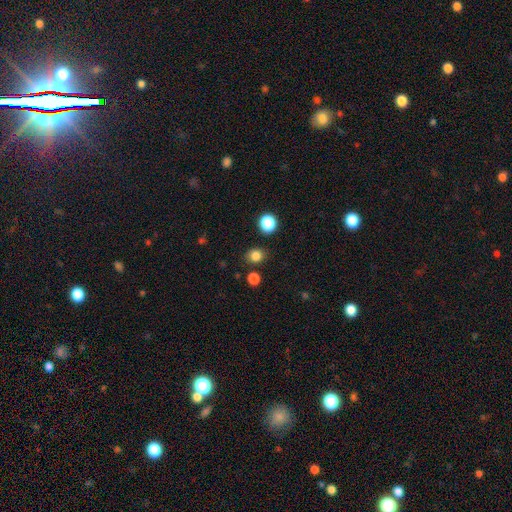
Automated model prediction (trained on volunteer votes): Morphology: type=smooth (82%); roundness=round (69%); merging=none (84%).